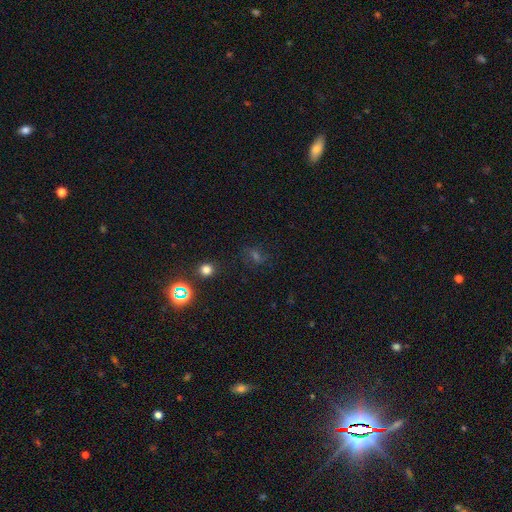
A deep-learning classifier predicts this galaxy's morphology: Smooth or featured?
  - star or artifact: 48% *
  - smooth: 33%
  - featured or disk: 18%